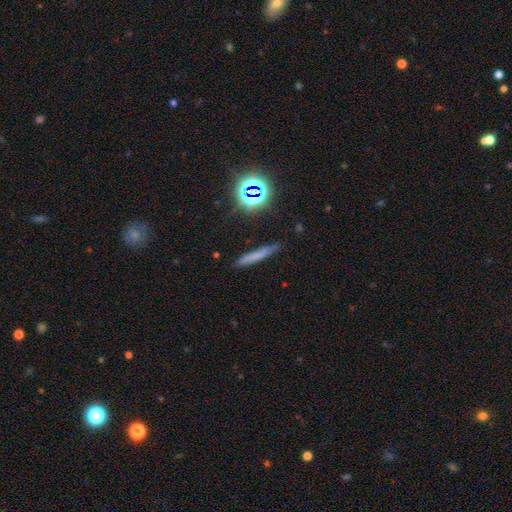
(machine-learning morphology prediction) A smooth galaxy with no disk features (59%) that is cigar-shaped (93%). Merging: none (82%).